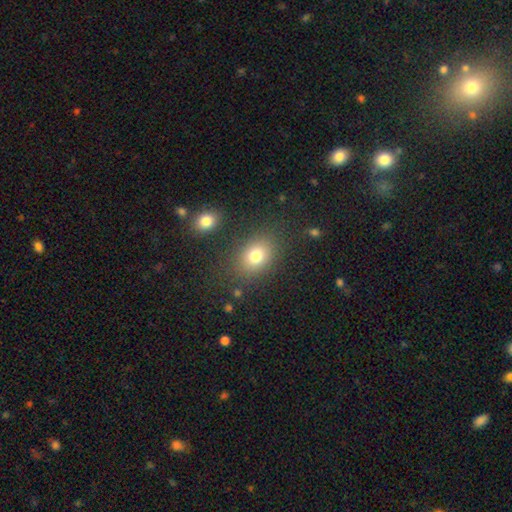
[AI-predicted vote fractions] Smooth or featured?
  - smooth: 78% *
  - star or artifact: 12%
  - featured or disk: 10%
How rounded?
  - in between: 63% *
  - round: 36%
  - cigar-shaped: 1%
Merging?
  - none: 80% *
  - minor disturbance: 11%
  - major disturbance: 5%
  - merger: 4%